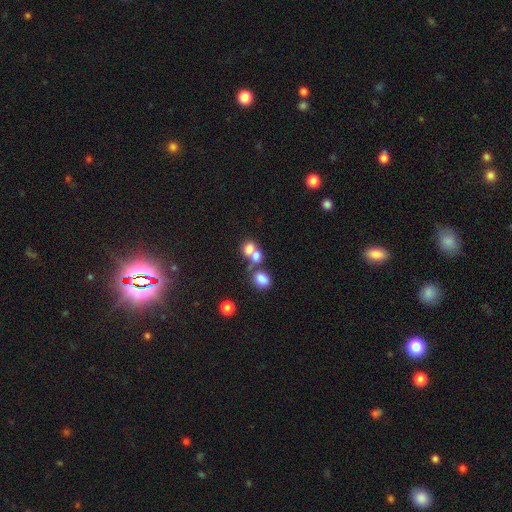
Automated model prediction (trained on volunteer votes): Smooth or featured?
  - smooth: 74% *
  - featured or disk: 14%
  - star or artifact: 12%
How rounded?
  - round: 54% *
  - in between: 44%
  - cigar-shaped: 1%
Merging?
  - merger: 60% *
  - none: 29%
  - minor disturbance: 7%
  - major disturbance: 4%